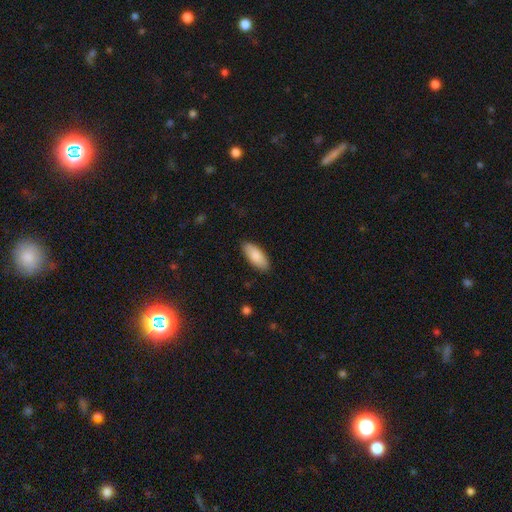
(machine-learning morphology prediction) The model was most divided on "how rounded": in between: 82%, cigar-shaped: 17%, round: 2%. More confident: merging — none (87%); smooth or featured — smooth (85%).